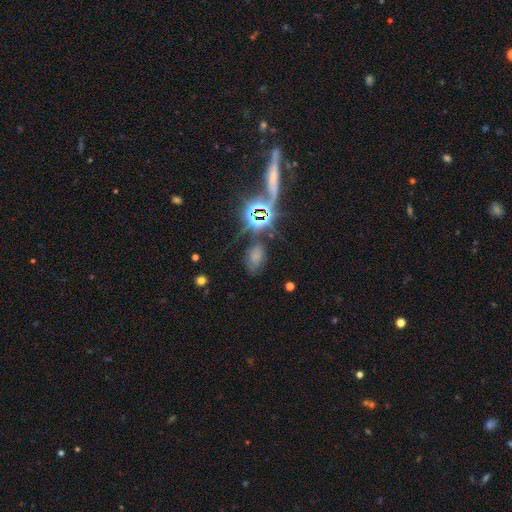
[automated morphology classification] Q: Smooth or featured?
A: smooth (46%); runner-up: star or artifact (35%)
Q: Merging?
A: none (54%); runner-up: minor disturbance (22%)